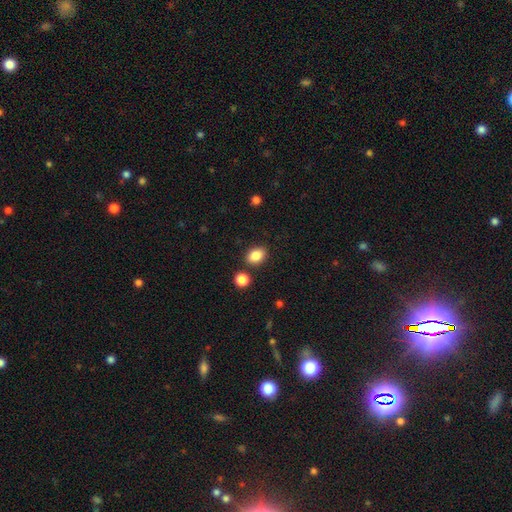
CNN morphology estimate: A smooth galaxy with no disk features (86%) that is in between round and cigar-shaped (70%). Merging: none (83%).